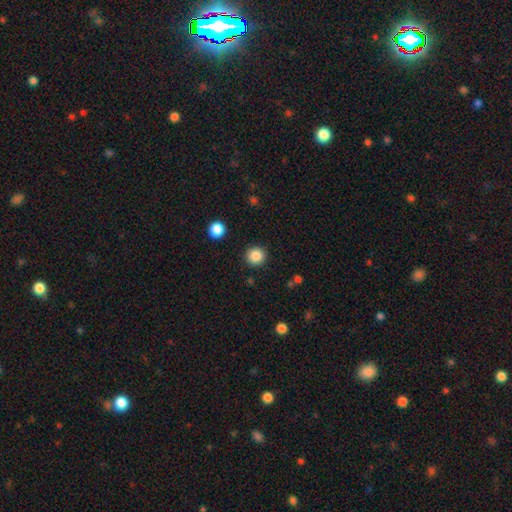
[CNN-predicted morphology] A smooth galaxy with no disk features (86%) that is round (95%). Merging: none (91%).